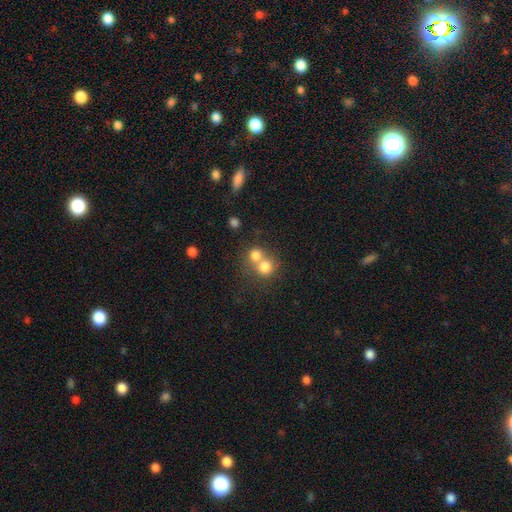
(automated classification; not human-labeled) A smooth galaxy with no disk features (76%) that is round (83%). Merging: merger (56%).